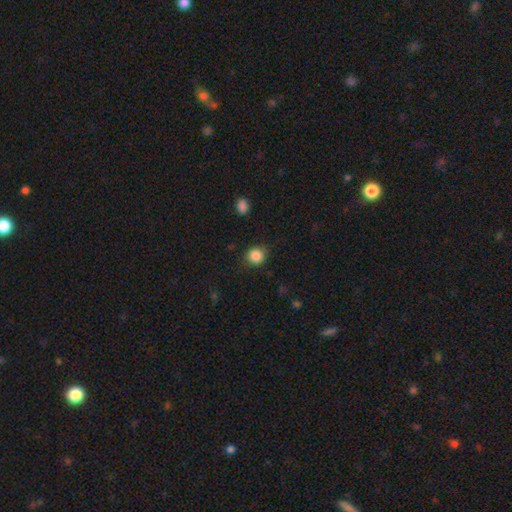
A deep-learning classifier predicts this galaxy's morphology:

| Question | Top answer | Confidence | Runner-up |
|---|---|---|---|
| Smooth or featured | smooth | 86% | star or artifact (10%) |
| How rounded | round | 86% | in between (13%) |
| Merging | none | 81% | minor disturbance (14%) |